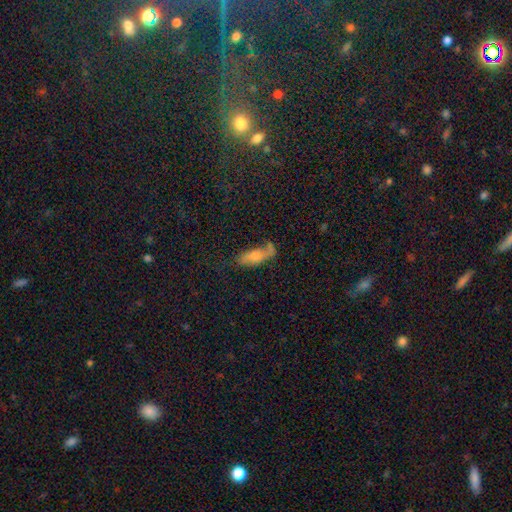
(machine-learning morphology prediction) This appears to be a smooth galaxy with no disk features (60%) that is in between round and cigar-shaped (67%). Merging: none (47%).